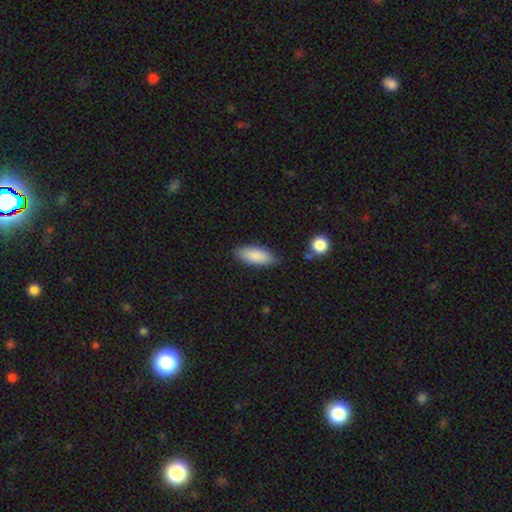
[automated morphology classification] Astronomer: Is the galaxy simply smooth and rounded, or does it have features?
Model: smooth — 87%.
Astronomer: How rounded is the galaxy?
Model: in between — 79%.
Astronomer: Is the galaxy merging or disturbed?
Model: none — 82%.